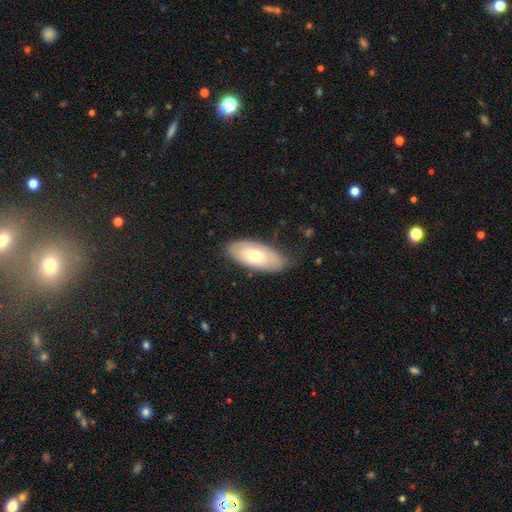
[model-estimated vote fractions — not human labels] Smooth or featured? smooth (61%)
How rounded? in between (89%)
Merging? none (76%)